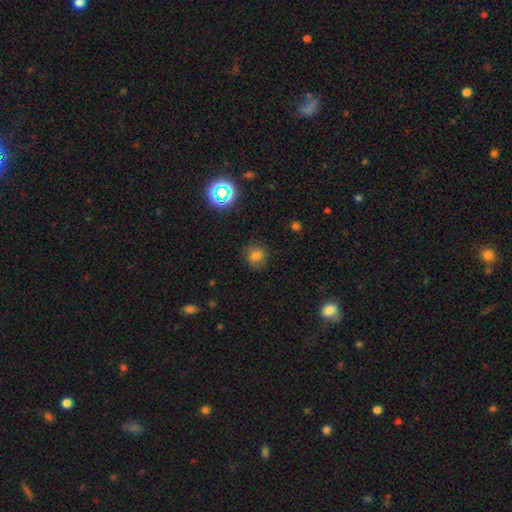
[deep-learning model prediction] Overall: smooth (70%). How rounded: round (75%). Merging: none (78%).